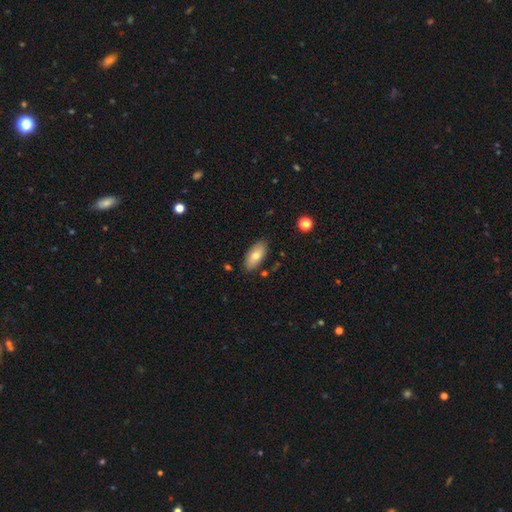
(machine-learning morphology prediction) Smooth or featured? Predicted: smooth (p=0.74). How rounded? Predicted: in between (p=0.90). Merging? Predicted: none (p=0.82).